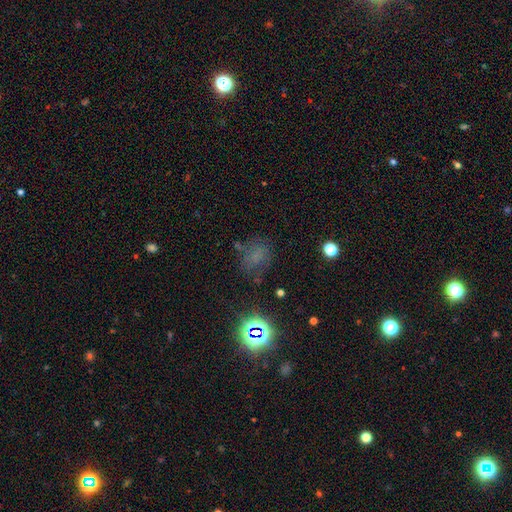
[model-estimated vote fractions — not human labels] Overall: smooth (55%; star or artifact 32%). How rounded: round (49%, tied with in between). Merging: none (63%).